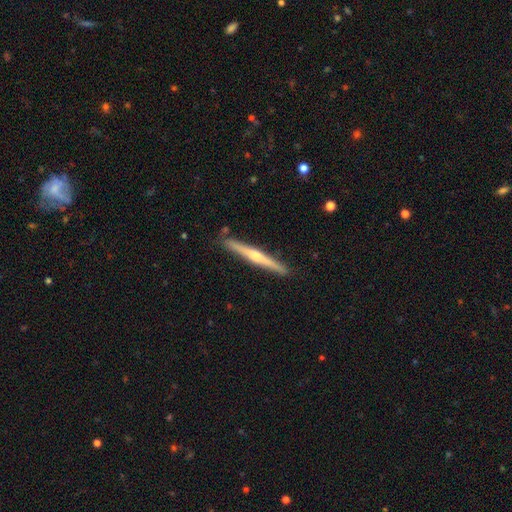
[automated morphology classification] Q: Smooth or featured?
A: featured or disk (69%); runner-up: smooth (26%)
Q: Edge-on disk?
A: yes (98%); runner-up: no (2%)
Q: Edge-on bulge?
A: rounded (82%); runner-up: none (15%)
Q: Merging?
A: none (89%); runner-up: minor disturbance (8%)